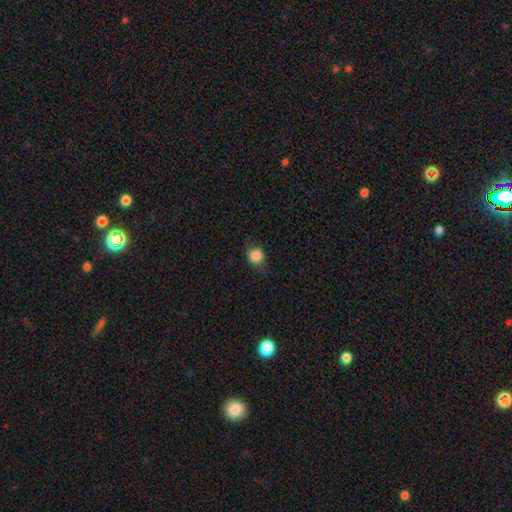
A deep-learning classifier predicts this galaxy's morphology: smooth-or-featured: smooth: 82% | star or artifact: 10% | featured or disk: 8%
  how-rounded: round: 77% | in between: 21% | cigar-shaped: 1%
  merging: none: 64% | minor disturbance: 27% | major disturbance: 8% | merger: 1%